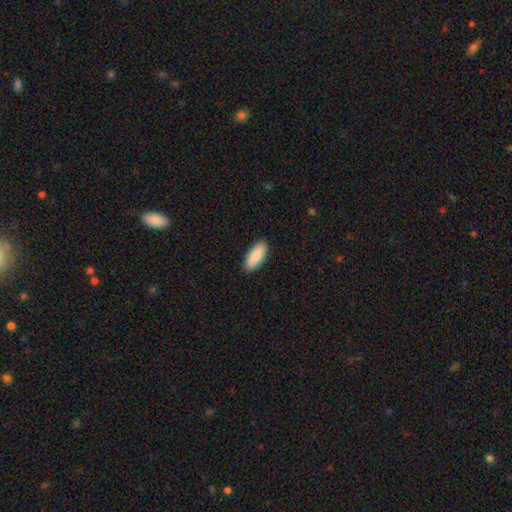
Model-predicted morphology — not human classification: type=smooth (88%); roundness=in between (82%); merging=none (89%).